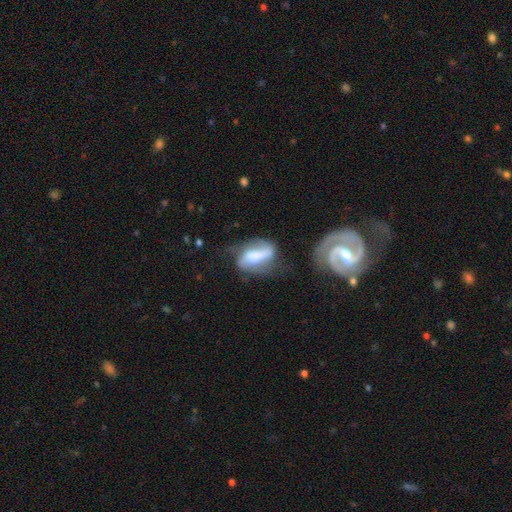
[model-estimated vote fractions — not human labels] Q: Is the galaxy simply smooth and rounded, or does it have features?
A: featured or disk — 58%.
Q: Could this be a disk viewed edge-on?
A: no — 91%.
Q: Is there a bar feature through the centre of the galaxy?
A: strong — 45%.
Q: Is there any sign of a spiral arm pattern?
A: yes — 75%.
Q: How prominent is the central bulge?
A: moderate — 27%.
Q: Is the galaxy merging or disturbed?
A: none — 40%.